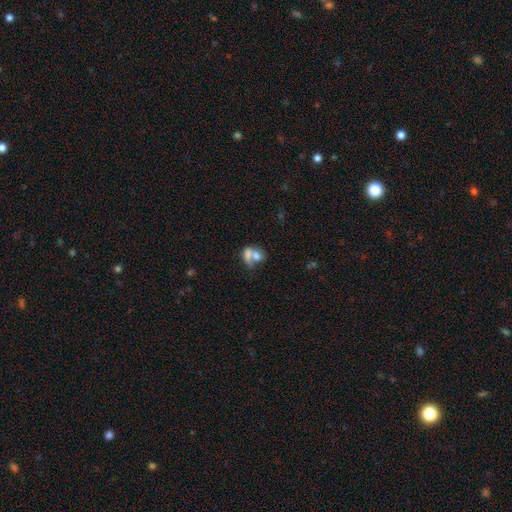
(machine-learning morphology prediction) Smooth or featured?
  - smooth: 69% *
  - featured or disk: 22%
  - star or artifact: 10%
How rounded?
  - in between: 61% *
  - round: 36%
  - cigar-shaped: 3%
Merging?
  - merger: 68% *
  - none: 18%
  - minor disturbance: 7%
  - major disturbance: 7%